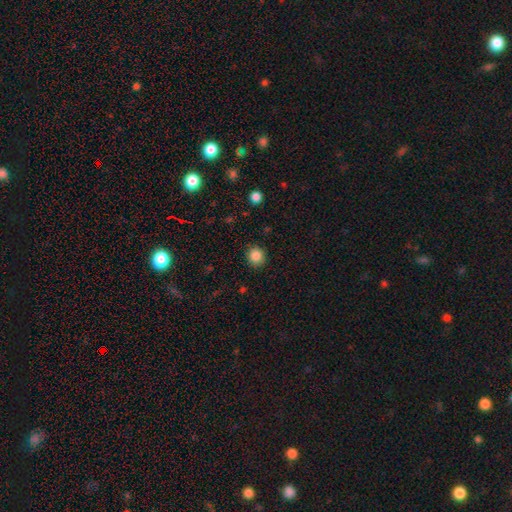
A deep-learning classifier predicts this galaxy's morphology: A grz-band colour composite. It shows a smooth galaxy with no disk features (86%) that is round (87%). Merging: none (89%).